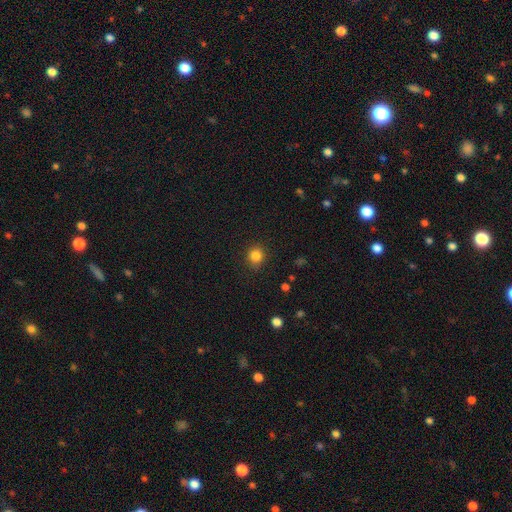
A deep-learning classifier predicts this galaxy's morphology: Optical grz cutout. It shows a smooth galaxy with no disk features (84%) that is round (87%). Merging: none (87%).